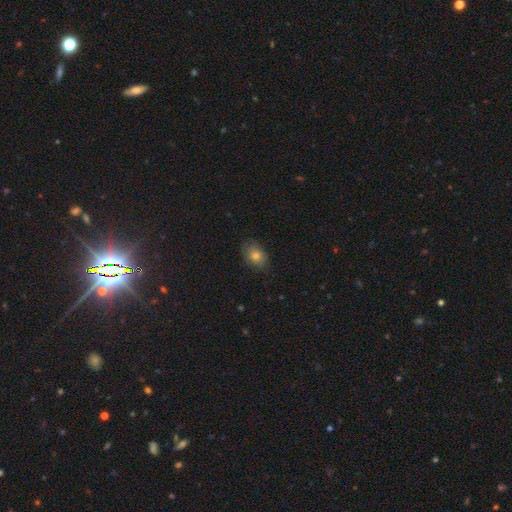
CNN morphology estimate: Smooth or featured? smooth (76%)
How rounded? in between (66%)
Merging? none (78%)